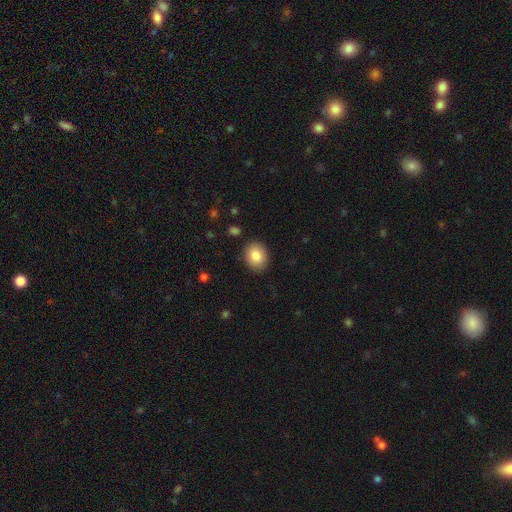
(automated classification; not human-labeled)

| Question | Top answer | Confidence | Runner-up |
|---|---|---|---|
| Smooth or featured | smooth | 86% | star or artifact (8%) |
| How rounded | round | 52% | in between (47%) |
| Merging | none | 88% | minor disturbance (8%) |